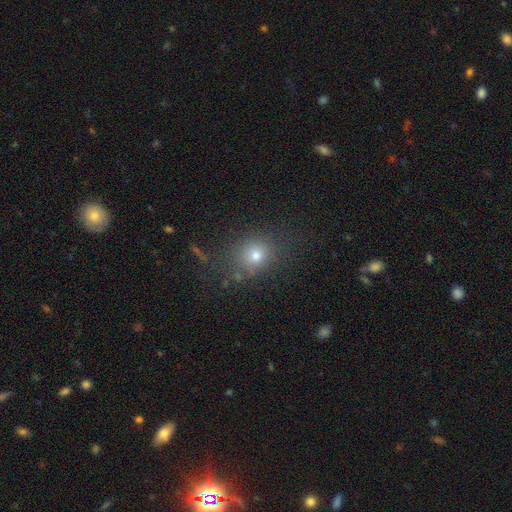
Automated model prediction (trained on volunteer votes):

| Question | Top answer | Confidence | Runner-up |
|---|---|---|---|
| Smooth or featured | smooth | 74% | star or artifact (17%) |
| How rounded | round | 69% | in between (30%) |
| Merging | none | 76% | minor disturbance (14%) |